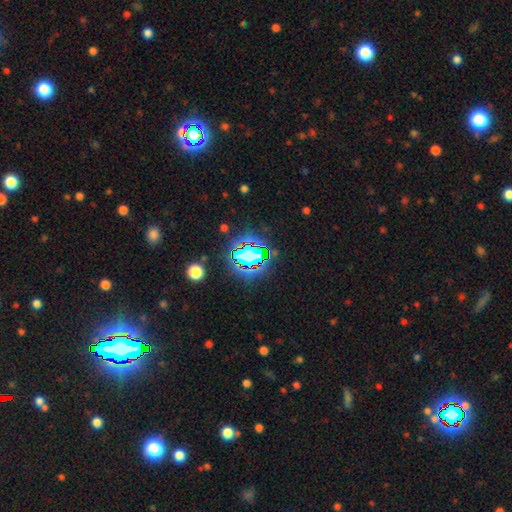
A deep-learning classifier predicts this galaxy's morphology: Smooth or featured?
  - star or artifact: 83% *
  - smooth: 10%
  - featured or disk: 7%